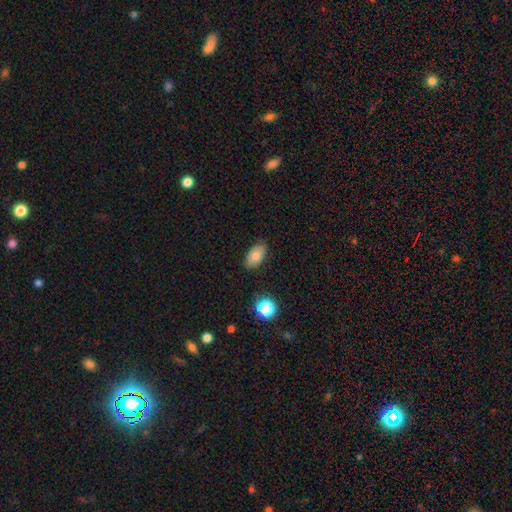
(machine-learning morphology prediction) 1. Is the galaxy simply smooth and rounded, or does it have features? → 77% smooth, 14% featured or disk, 9% star or artifact.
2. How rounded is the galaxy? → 91% in between, 6% round, 2% cigar-shaped.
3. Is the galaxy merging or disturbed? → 86% none, 10% minor disturbance, 2% major disturbance, 1% merger.